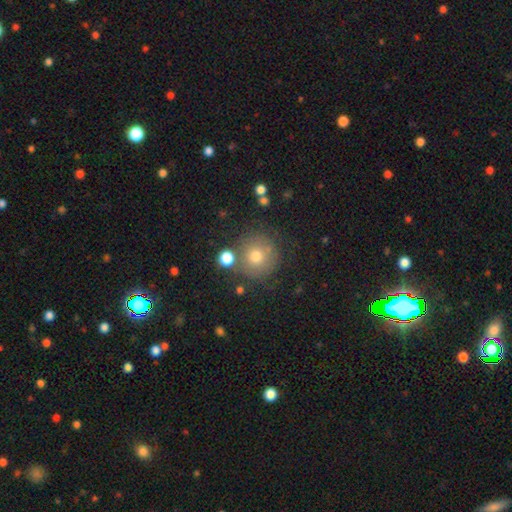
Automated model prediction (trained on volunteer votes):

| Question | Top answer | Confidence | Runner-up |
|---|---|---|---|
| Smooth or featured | smooth | 67% | star or artifact (16%) |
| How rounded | round | 94% | in between (5%) |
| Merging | none | 78% | minor disturbance (11%) |